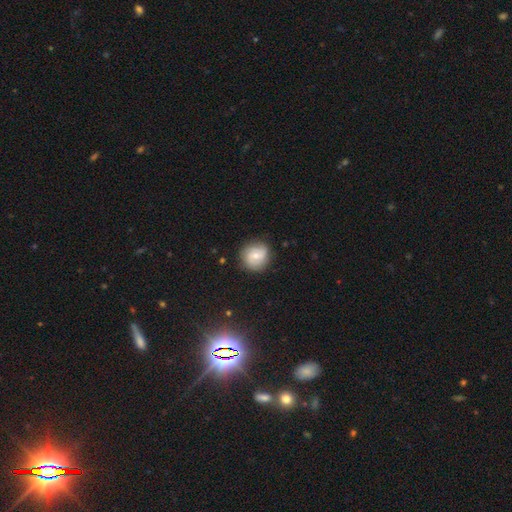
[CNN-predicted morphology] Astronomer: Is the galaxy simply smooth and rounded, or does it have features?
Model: featured or disk — 50% (runner-up: smooth, 42%).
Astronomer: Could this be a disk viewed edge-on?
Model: no — 97%.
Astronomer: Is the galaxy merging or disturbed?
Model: none — 83%.